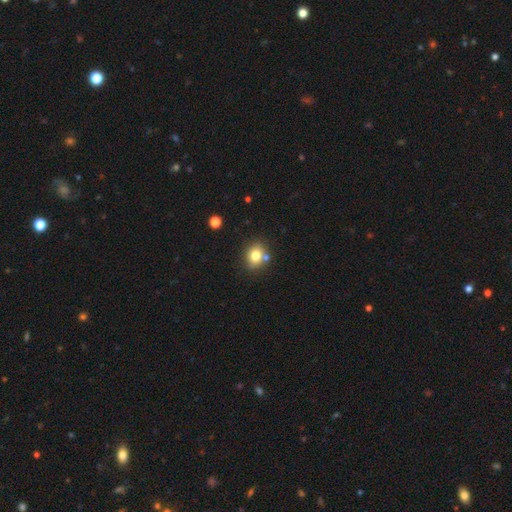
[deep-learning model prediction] Smooth or featured?
  - smooth: 78% *
  - star or artifact: 11%
  - featured or disk: 11%
How rounded?
  - round: 58% *
  - in between: 41%
  - cigar-shaped: 1%
Merging?
  - none: 70% *
  - merger: 14%
  - minor disturbance: 13%
  - major disturbance: 3%